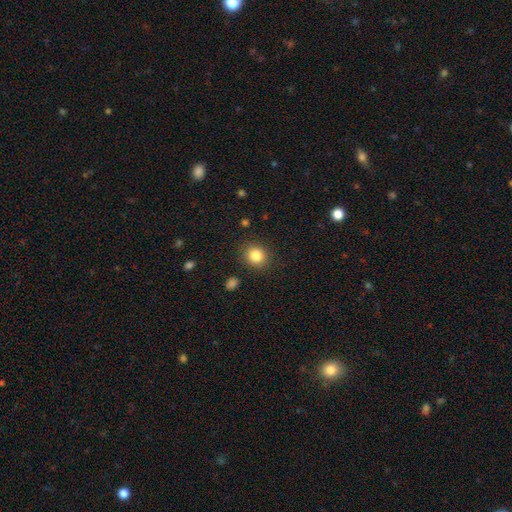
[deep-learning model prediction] This appears to be a smooth galaxy with no disk features (84%) that is round (79%). Merging: none (89%).